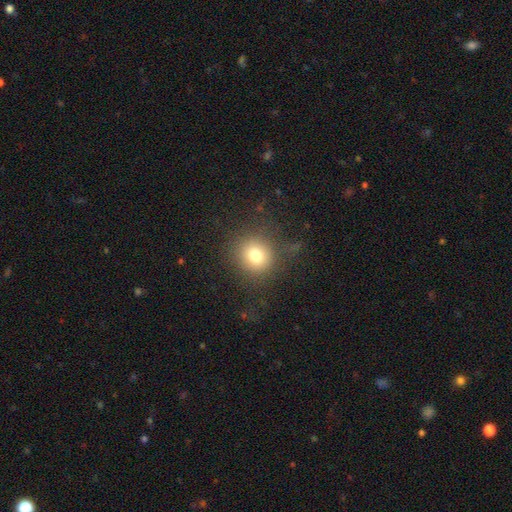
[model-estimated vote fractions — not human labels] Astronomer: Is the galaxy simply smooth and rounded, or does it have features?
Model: smooth — 76%.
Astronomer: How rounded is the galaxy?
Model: round — 89%.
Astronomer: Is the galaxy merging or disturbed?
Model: none — 80%.